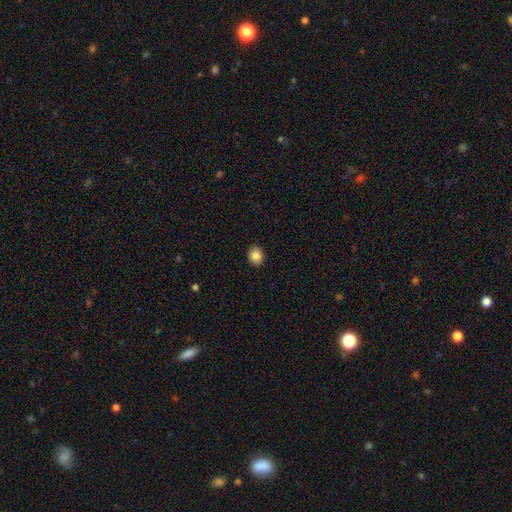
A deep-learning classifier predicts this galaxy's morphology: This is clearly a smooth galaxy (86%). How rounded: likely round (61%). Merging: clearly none (91%).